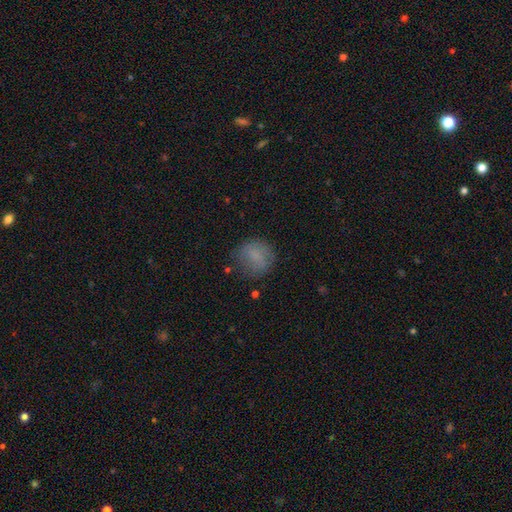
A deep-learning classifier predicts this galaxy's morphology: Smooth or featured?
  - smooth: 76% *
  - featured or disk: 13%
  - star or artifact: 11%
How rounded?
  - round: 79% *
  - in between: 20%
  - cigar-shaped: 1%
Merging?
  - none: 67% *
  - minor disturbance: 21%
  - major disturbance: 10%
  - merger: 2%